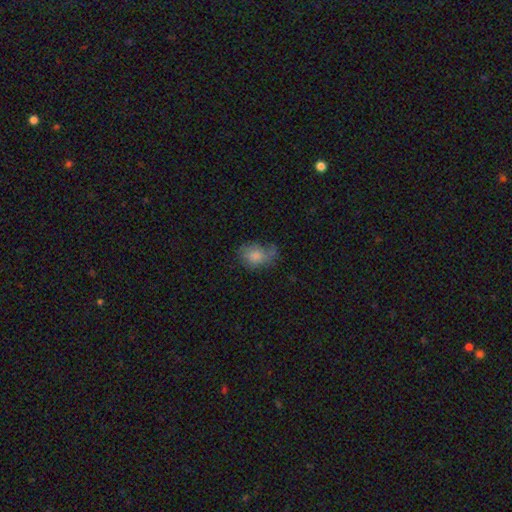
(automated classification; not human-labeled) smooth-or-featured: smooth: 74% | featured or disk: 17% | star or artifact: 9%
  how-rounded: in between: 71% | round: 27% | cigar-shaped: 1%
  merging: none: 45% | minor disturbance: 33% | major disturbance: 19% | merger: 4%